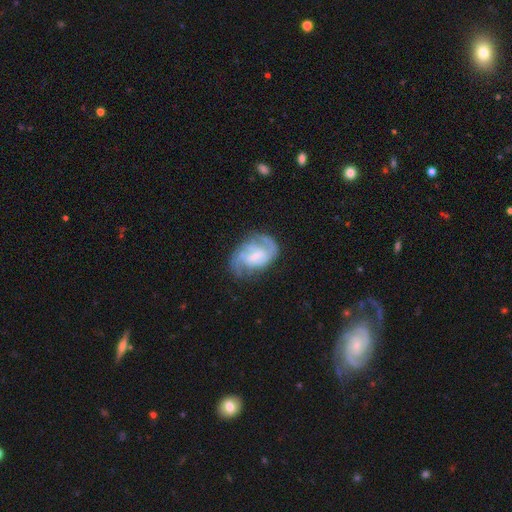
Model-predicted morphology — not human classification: This is likely a featured or disk galaxy (77%). It is clearly not viewed edge-on (98%). Bar: possibly weak (51%). Spiral arm pattern: clearly yes (90%). Spiral arm count: possibly 2 (52%). Spiral winding: marginally medium (43%). Central bulge: marginally small (37%). Merging: possibly none (58%).